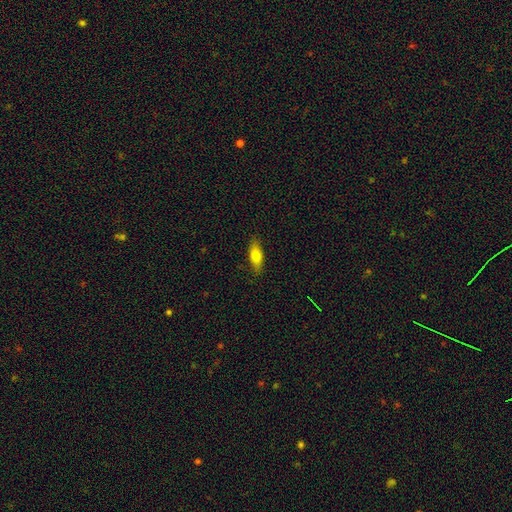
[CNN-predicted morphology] Smooth or featured? Predicted: smooth (p=0.75). How rounded? Predicted: in between (p=0.68). Merging? Predicted: none (p=0.84).